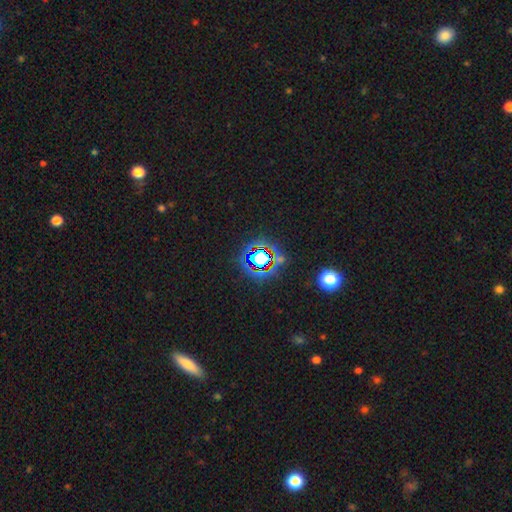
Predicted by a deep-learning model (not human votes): This appears to be a star or artifact, not a galaxy (74%).